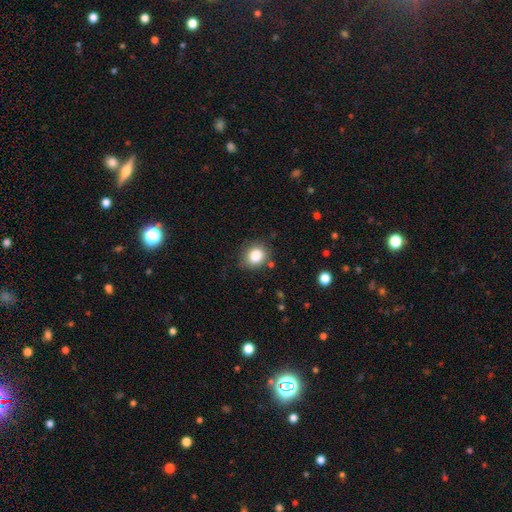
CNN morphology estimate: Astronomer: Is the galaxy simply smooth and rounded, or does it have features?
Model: smooth — 84%.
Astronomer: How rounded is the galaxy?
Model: round — 74%.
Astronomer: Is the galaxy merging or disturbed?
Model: none — 77%.